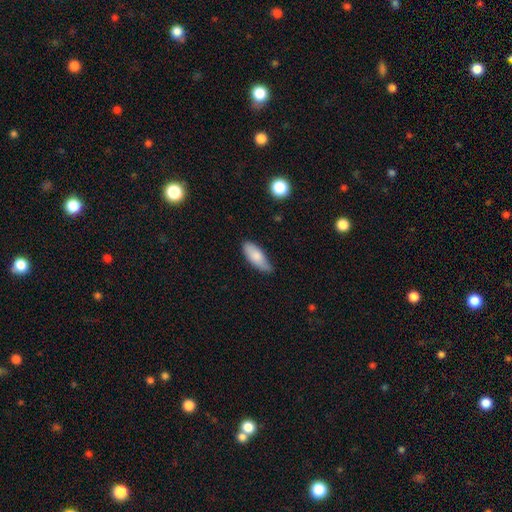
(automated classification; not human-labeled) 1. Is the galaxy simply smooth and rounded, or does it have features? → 81% smooth, 13% featured or disk, 6% star or artifact.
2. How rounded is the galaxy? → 78% in between, 20% cigar-shaped, 2% round.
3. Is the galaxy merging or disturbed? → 65% none, 29% minor disturbance, 4% major disturbance, 2% merger.